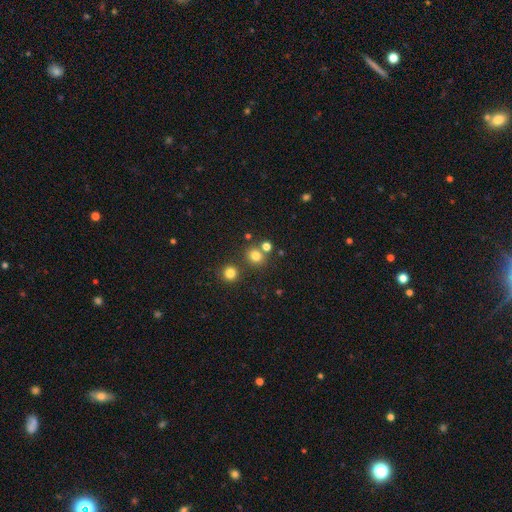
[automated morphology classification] A smooth galaxy with no disk features (77%) that is round (85%). Merging: none (72%).